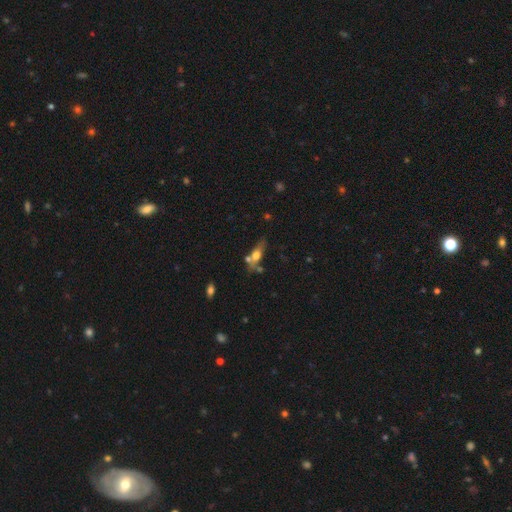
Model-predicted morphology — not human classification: This is possibly a smooth galaxy (50%). Merging: marginally none (42%).